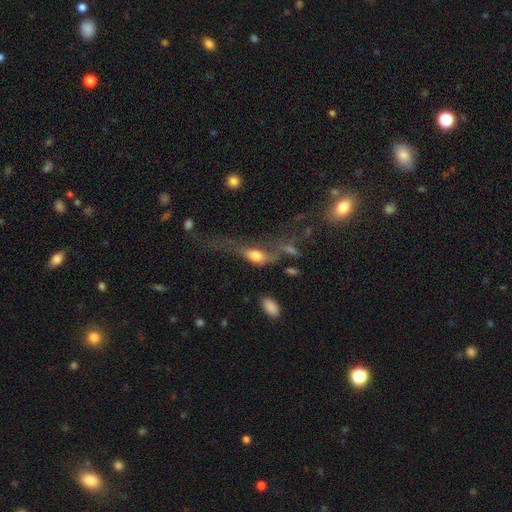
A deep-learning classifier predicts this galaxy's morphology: type=smooth (57%); roundness=in between (69%); merging=major disturbance (50%).